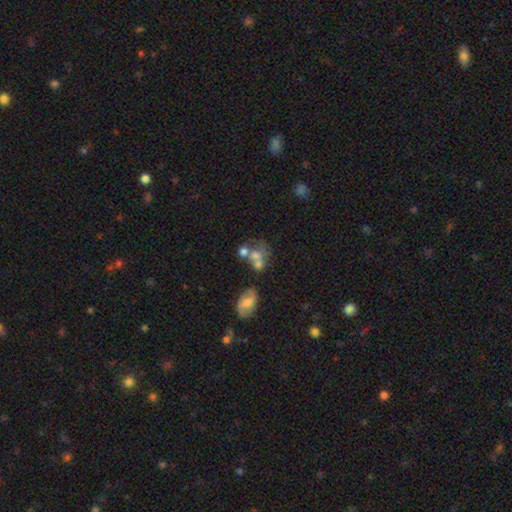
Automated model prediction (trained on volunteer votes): Q: Smooth or featured?
A: smooth (56%); runner-up: featured or disk (31%)
Q: How rounded?
A: round (51%); runner-up: in between (48%)
Q: Merging?
A: merger (51%); runner-up: none (26%)